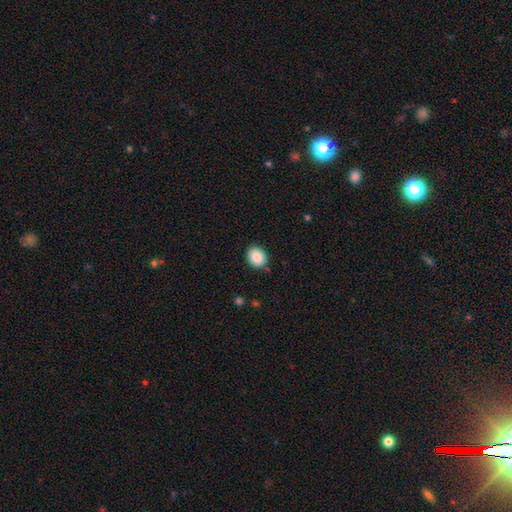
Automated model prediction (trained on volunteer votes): Smooth or featured: smooth — 88% (star or artifact — 8%)
How rounded: in between — 50% (round — 49%)
Merging: none — 85% (minor disturbance — 11%)